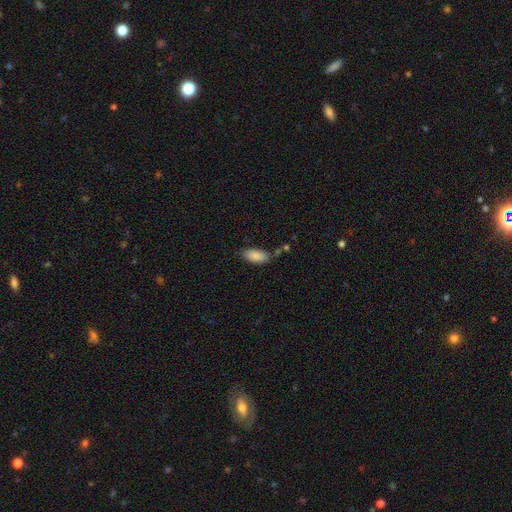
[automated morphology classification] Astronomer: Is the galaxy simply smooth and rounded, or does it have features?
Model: smooth — 88%.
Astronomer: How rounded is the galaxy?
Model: in between — 90%.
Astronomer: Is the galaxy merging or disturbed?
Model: none — 75%.